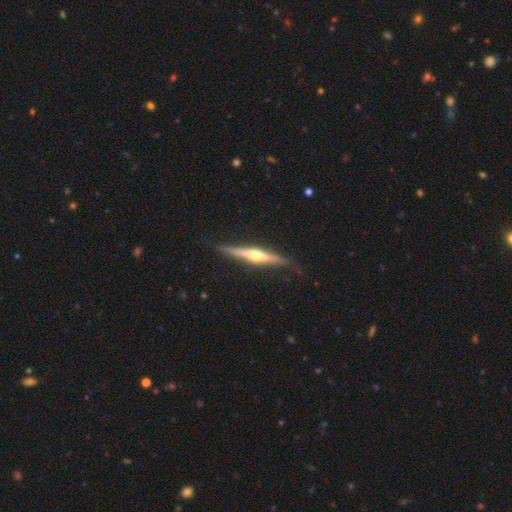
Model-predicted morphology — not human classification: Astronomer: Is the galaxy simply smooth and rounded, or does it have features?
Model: featured or disk — 74%.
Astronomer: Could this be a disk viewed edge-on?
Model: yes — 97%.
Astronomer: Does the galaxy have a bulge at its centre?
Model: rounded — 87%.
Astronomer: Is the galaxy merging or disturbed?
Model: none — 85%.